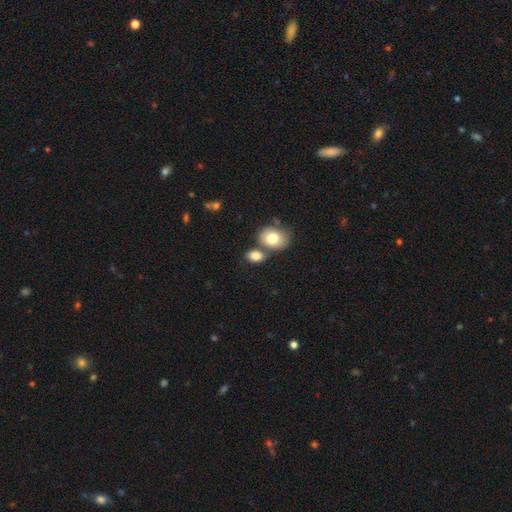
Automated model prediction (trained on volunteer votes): Smooth or featured?
  - smooth: 82% *
  - featured or disk: 10%
  - star or artifact: 9%
How rounded?
  - in between: 73% *
  - round: 26%
  - cigar-shaped: 2%
Merging?
  - none: 51% *
  - merger: 30%
  - minor disturbance: 14%
  - major disturbance: 5%